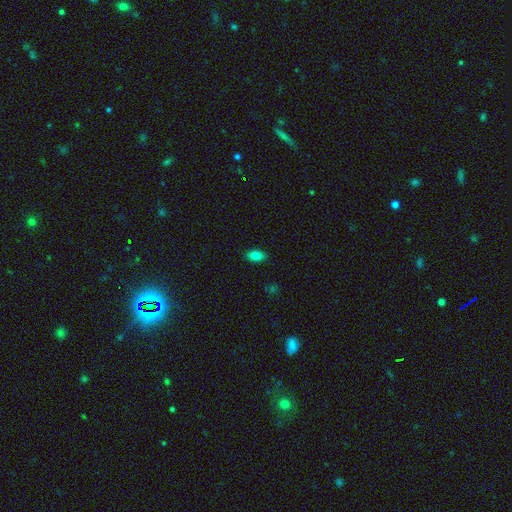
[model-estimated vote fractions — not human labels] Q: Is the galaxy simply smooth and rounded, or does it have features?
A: smooth — 82%.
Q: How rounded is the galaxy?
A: in between — 90%.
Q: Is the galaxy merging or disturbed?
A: none — 88%.